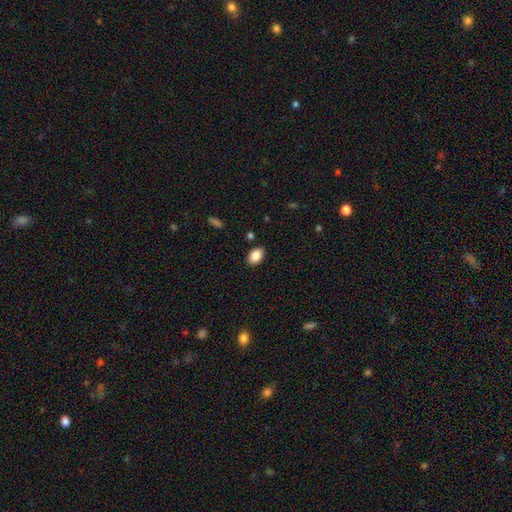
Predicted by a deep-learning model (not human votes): Smooth or featured? smooth (88%)
How rounded? in between (85%)
Merging? none (88%)